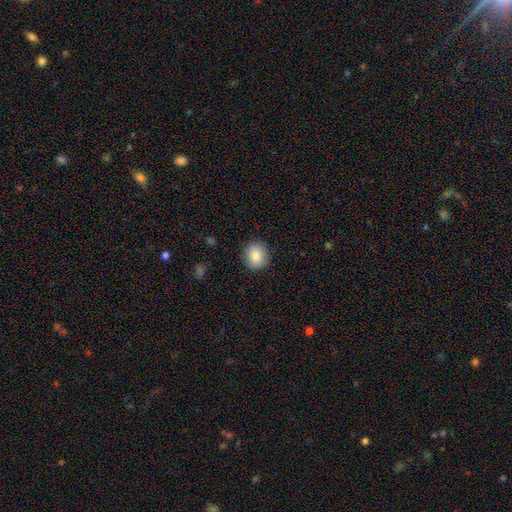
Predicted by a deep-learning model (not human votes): This is clearly a smooth galaxy (82%). How rounded: clearly round (83%). Merging: clearly none (88%).